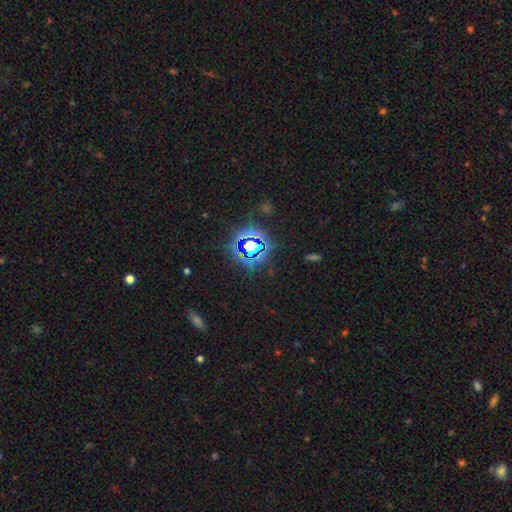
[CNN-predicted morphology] This is likely a star or artifact rather than a galaxy (76%).